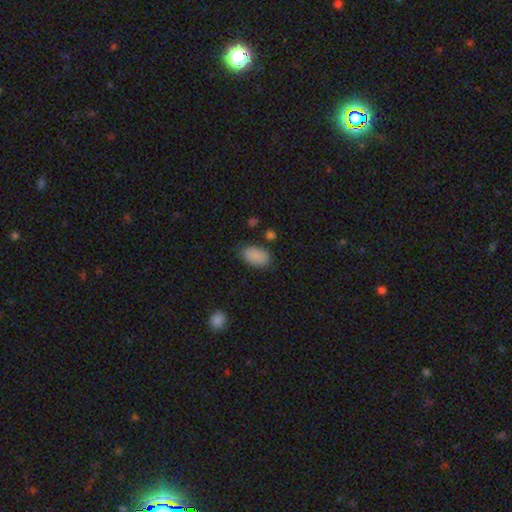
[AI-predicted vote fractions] Q: Smooth or featured?
A: smooth (87%); runner-up: star or artifact (8%)
Q: How rounded?
A: in between (91%); runner-up: round (8%)
Q: Merging?
A: none (74%); runner-up: minor disturbance (18%)